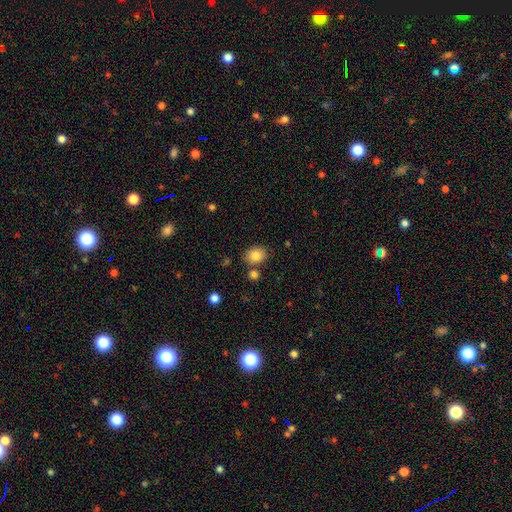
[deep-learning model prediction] smooth 83%, star or artifact 9%, featured or disk 8%. Down the decision tree: how rounded — in between (52%); merging — none (78%).